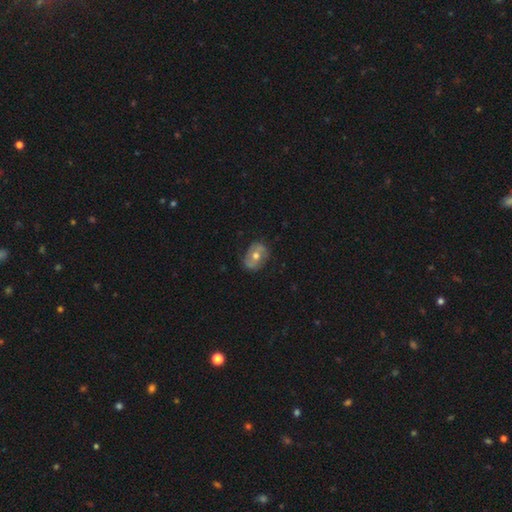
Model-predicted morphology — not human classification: type=featured or disk (50%); edge-on=no (94%); merging=none (78%).